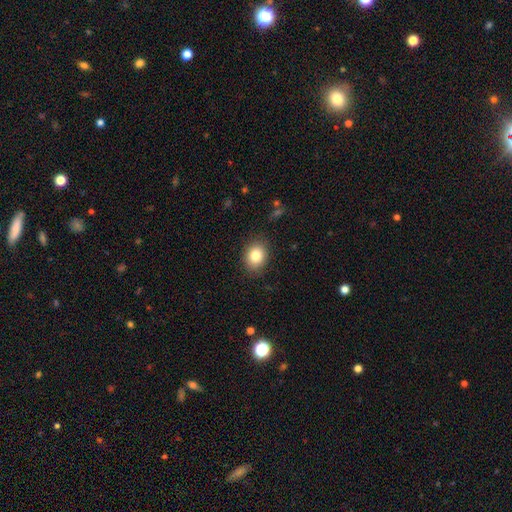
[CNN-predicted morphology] This appears to be a smooth galaxy with no disk features (82%) that is round (52%). Merging: none (86%).